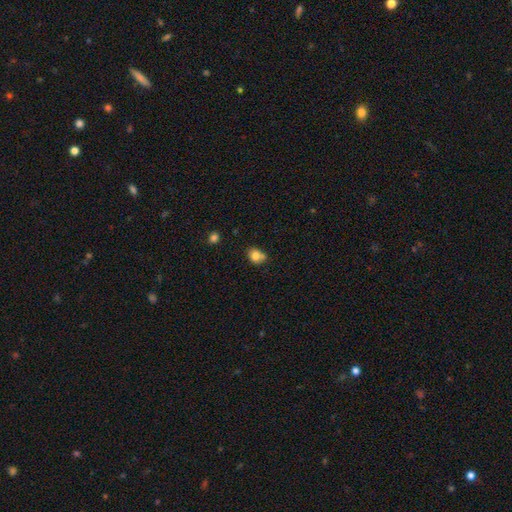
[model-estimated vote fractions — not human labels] This appears to be a smooth galaxy with no disk features (77%) that is round (59%). Merging: none (48%).